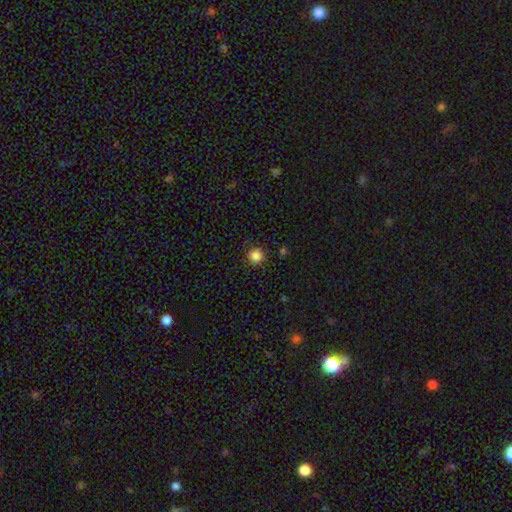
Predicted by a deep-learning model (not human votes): smooth_or_featured: smooth (p=0.85) [alt: star or artifact p=0.12]
how_rounded: round (p=0.95) [alt: in between p=0.04]
merging: none (p=0.91) [alt: minor disturbance p=0.06]